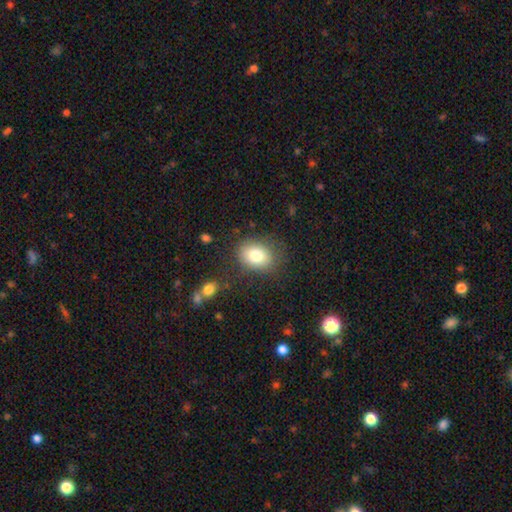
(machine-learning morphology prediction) This appears to be a smooth galaxy with no disk features (80%) that is in between round and cigar-shaped (64%). Merging: none (78%).